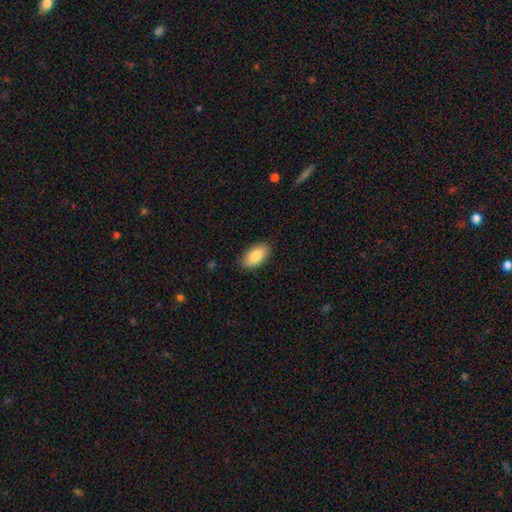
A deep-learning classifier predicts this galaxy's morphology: Overall: smooth (85%). How rounded: in between (94%). Merging: none (88%).